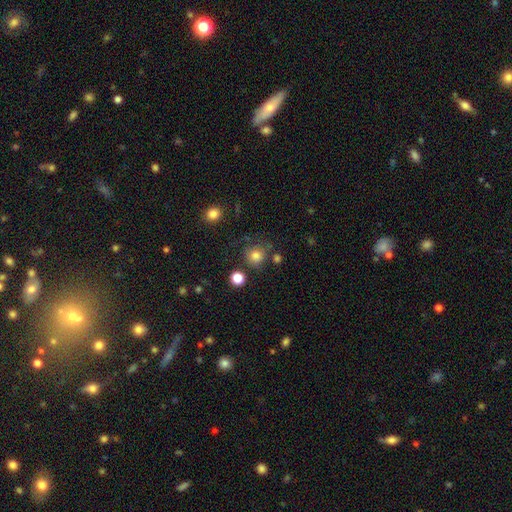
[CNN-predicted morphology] Q: Smooth or featured?
A: smooth (81%); runner-up: star or artifact (13%)
Q: How rounded?
A: round (89%); runner-up: in between (10%)
Q: Merging?
A: none (74%); runner-up: minor disturbance (13%)